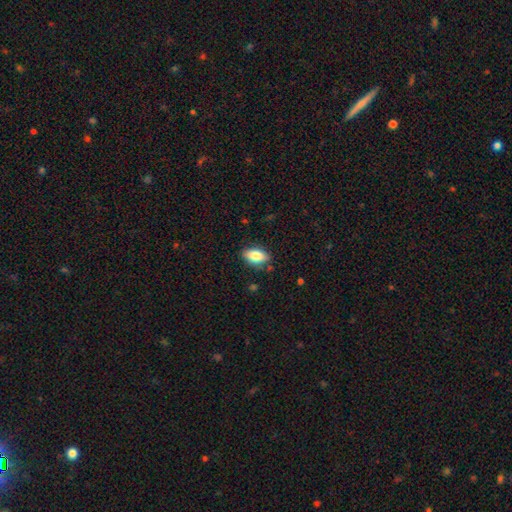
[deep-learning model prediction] Smooth or featured? Predicted: smooth (p=0.81). How rounded? Predicted: in between (p=0.89). Merging? Predicted: none (p=0.82).